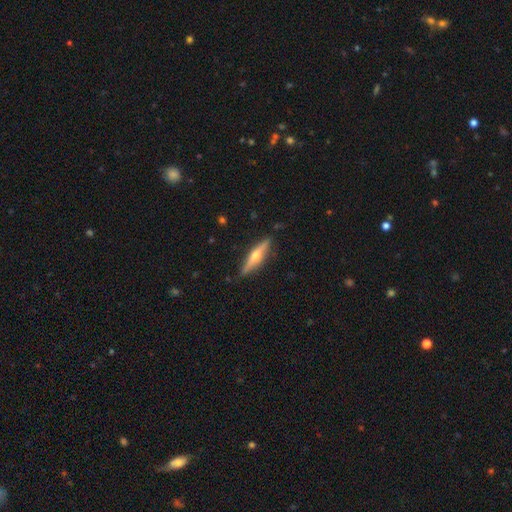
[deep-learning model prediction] smooth-or-featured: featured or disk: 70% | smooth: 25% | star or artifact: 5%
  disk-edge-on: yes: 97% | no: 3%
    edge-on-bulge: rounded: 94% | boxy: 3% | none: 3%
  merging: none: 87% | minor disturbance: 10% | major disturbance: 2% | merger: 1%